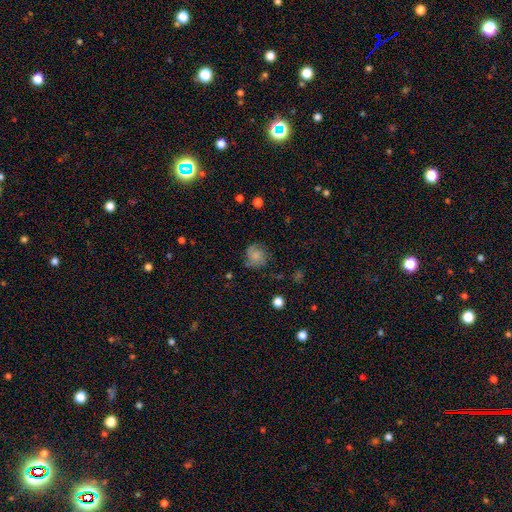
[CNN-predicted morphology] The model was most divided on "merging": none: 67%, minor disturbance: 21%, major disturbance: 9%, merger: 2%. More confident: how rounded — round (83%); smooth or featured — smooth (71%).